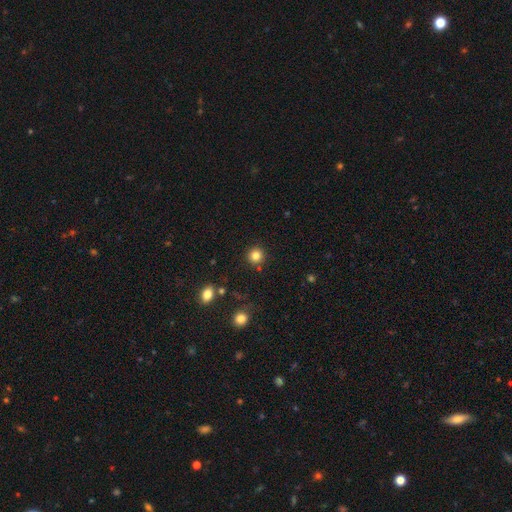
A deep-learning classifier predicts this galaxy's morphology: Q: Smooth or featured?
A: smooth (83%); runner-up: star or artifact (12%)
Q: How rounded?
A: round (94%); runner-up: in between (5%)
Q: Merging?
A: none (89%); runner-up: minor disturbance (6%)